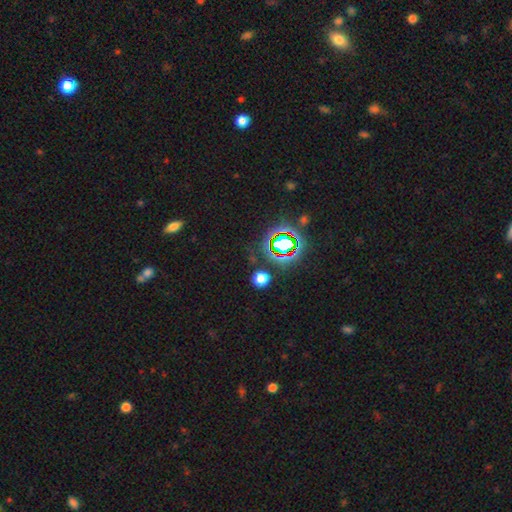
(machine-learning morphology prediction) star or artifact 76%, smooth 14%, featured or disk 10%.